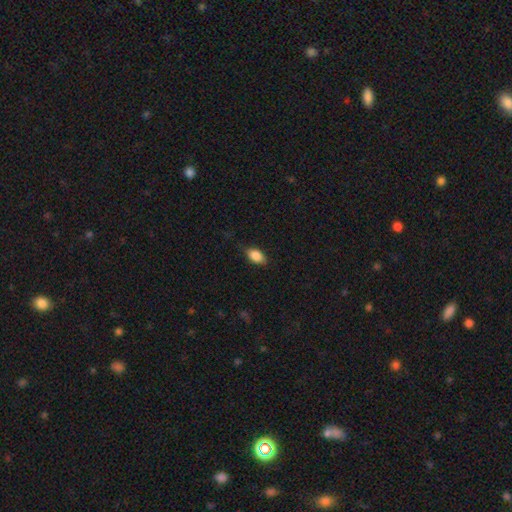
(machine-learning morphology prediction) The model was most divided on "merging": none: 78%, minor disturbance: 18%, major disturbance: 4%, merger: 1%. More confident: how rounded — in between (89%); smooth or featured — smooth (85%).